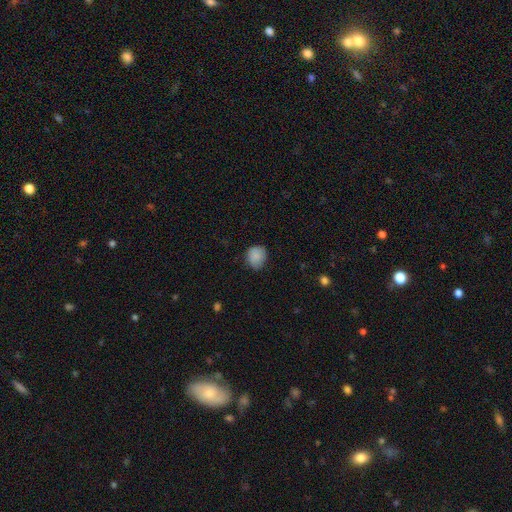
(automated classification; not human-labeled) smooth_or_featured: smooth (p=0.86) [alt: star or artifact p=0.08]
how_rounded: round (p=0.74) [alt: in between p=0.25]
merging: none (p=0.75) [alt: minor disturbance p=0.20]